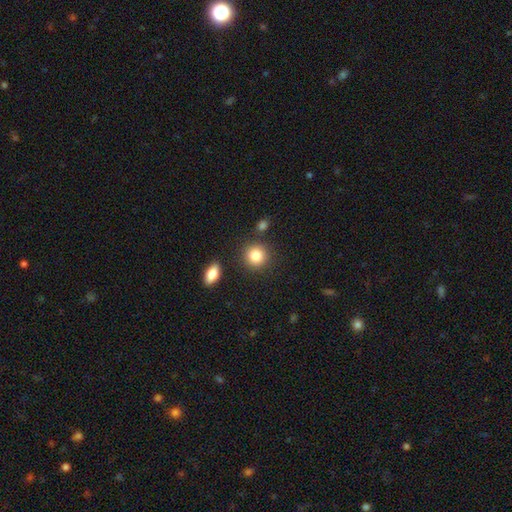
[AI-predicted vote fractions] A smooth galaxy with no disk features (85%) that is round (88%).

Vote fractions:
- Smooth or featured? smooth: 85% / star or artifact: 9% / featured or disk: 6%
- How rounded? round: 88% / in between: 11% / cigar-shaped: 1%
- Merging? none: 83% / minor disturbance: 8% / merger: 6% / major disturbance: 3%